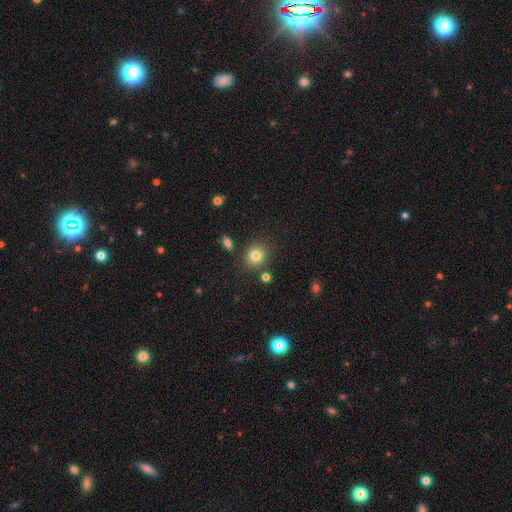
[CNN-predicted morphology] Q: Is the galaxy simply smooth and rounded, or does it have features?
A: smooth — 81%.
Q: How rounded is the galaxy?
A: round — 77%.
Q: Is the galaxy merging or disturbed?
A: none — 82%.